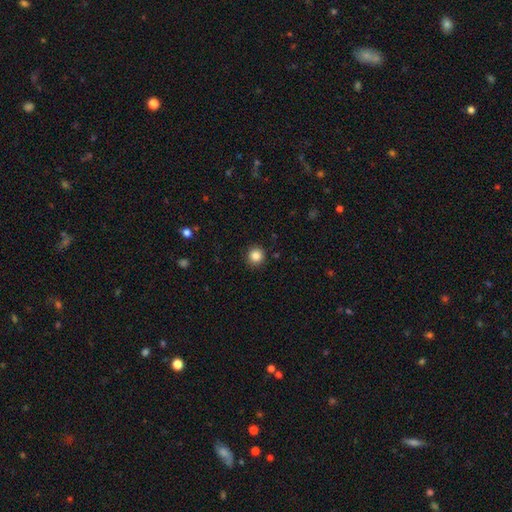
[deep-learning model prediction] Morphology: type=smooth (85%); roundness=round (94%); merging=none (90%).